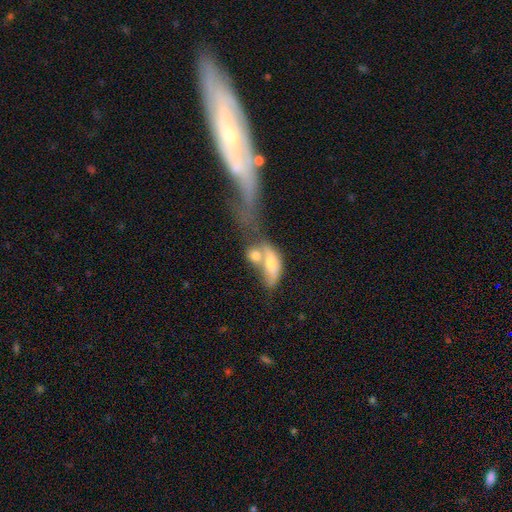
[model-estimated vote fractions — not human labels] Smooth or featured? Predicted: smooth (p=0.59). How rounded? Predicted: in between (p=0.69). Merging? Predicted: merger (p=0.66).